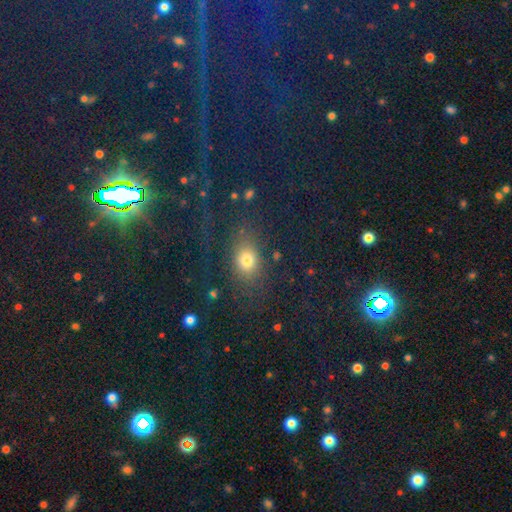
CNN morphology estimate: This appears to be a smooth galaxy with no disk features (58%) that is in between round and cigar-shaped (63%). Merging: none (82%).